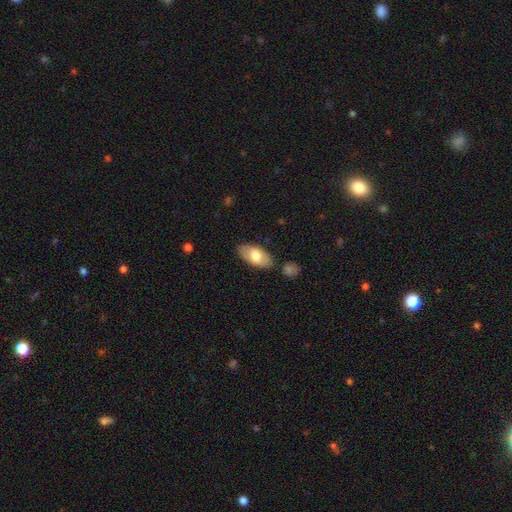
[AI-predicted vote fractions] A smooth galaxy with no disk features (70%) that is in between round and cigar-shaped (93%).

Vote fractions:
- Smooth or featured? smooth: 70% / featured or disk: 25% / star or artifact: 6%
- How rounded? in between: 93% / cigar-shaped: 4% / round: 3%
- Merging? none: 82% / minor disturbance: 12% / merger: 4% / major disturbance: 3%